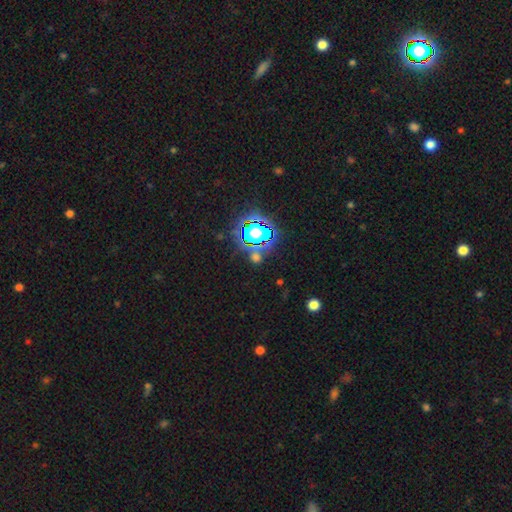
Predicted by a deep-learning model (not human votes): The model was most divided on "smooth or featured": star or artifact: 71%, smooth: 19%, featured or disk: 10%.